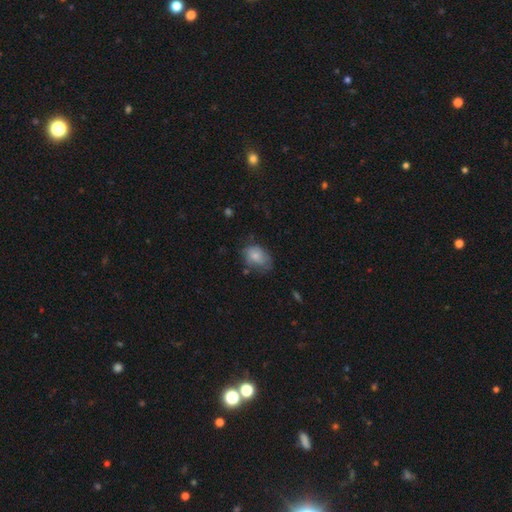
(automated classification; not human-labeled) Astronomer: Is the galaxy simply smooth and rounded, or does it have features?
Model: smooth — 76%.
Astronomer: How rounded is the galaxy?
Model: in between — 76%.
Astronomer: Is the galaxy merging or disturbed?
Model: none — 51% (runner-up: minor disturbance, 33%).